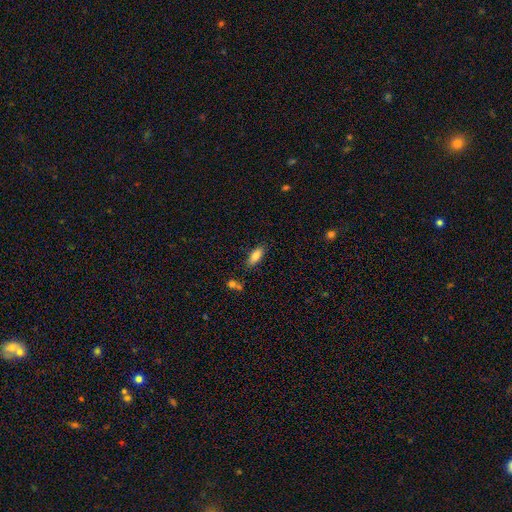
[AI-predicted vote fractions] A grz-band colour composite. It shows a smooth galaxy with no disk features (82%) that is in between round and cigar-shaped (82%). Merging: none (82%).